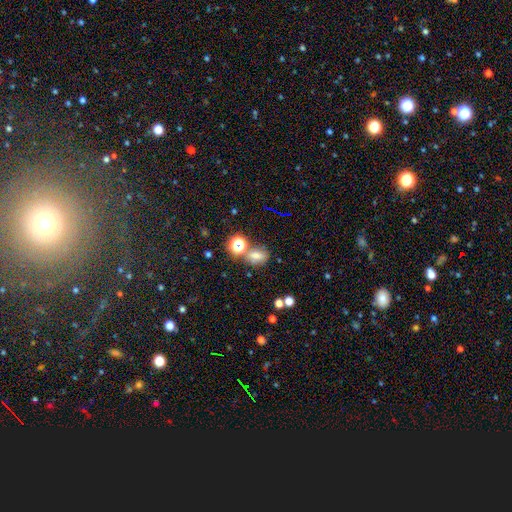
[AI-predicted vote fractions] Overall: smooth (59%; star or artifact 28%). How rounded: in between (61%; round 38%). Merging: none (60%).